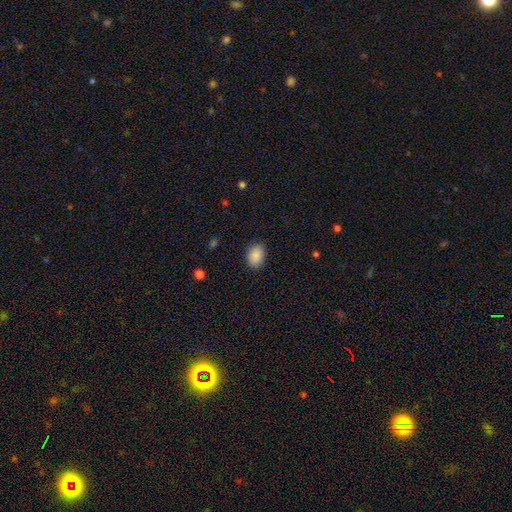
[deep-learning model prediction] A smooth galaxy with no disk features (90%) that is in between round and cigar-shaped (78%). Merging: none (89%).